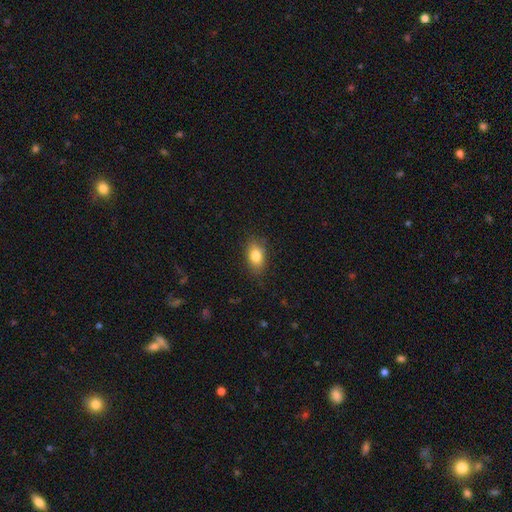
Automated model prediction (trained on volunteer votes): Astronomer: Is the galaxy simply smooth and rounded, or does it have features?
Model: smooth — 81%.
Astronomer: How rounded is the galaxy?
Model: in between — 84%.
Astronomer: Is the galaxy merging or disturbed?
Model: none — 84%.